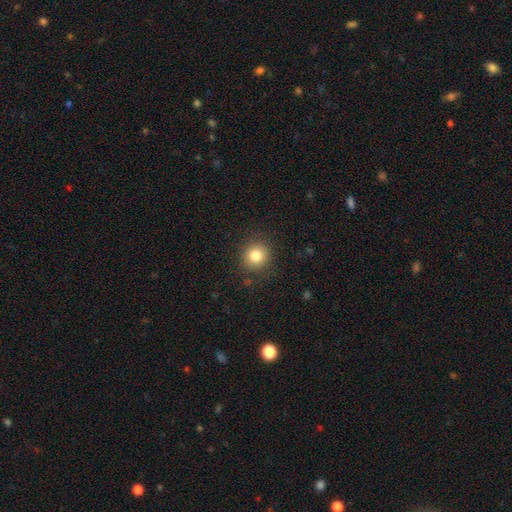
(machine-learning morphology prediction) This appears to be a smooth galaxy with no disk features (83%) that is round (89%). Merging: none (89%).